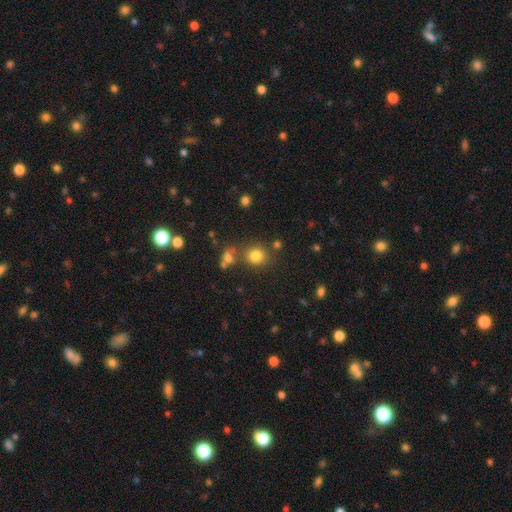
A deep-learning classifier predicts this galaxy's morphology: Smooth or featured? smooth (79%)
How rounded? round (84%)
Merging? none (73%)